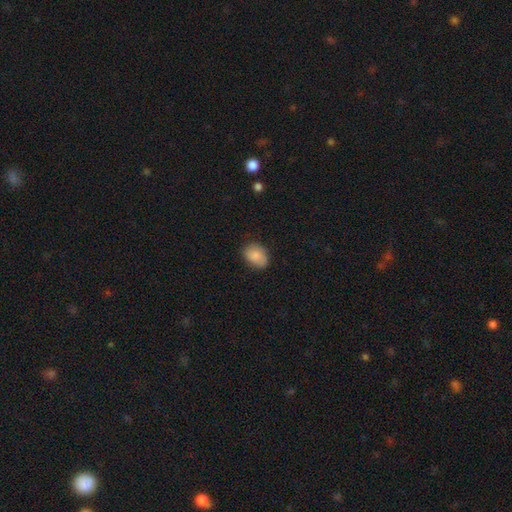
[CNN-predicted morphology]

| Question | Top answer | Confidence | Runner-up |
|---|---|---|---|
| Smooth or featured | smooth | 85% | star or artifact (7%) |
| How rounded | in between | 70% | round (29%) |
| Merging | none | 73% | minor disturbance (21%) |